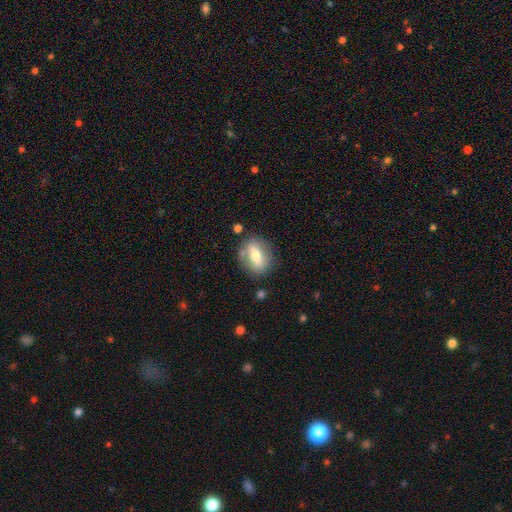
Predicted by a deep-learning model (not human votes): Q: Smooth or featured?
A: smooth (55%); runner-up: featured or disk (37%)
Q: How rounded?
A: in between (63%); runner-up: round (30%)
Q: Merging?
A: none (77%); runner-up: minor disturbance (14%)